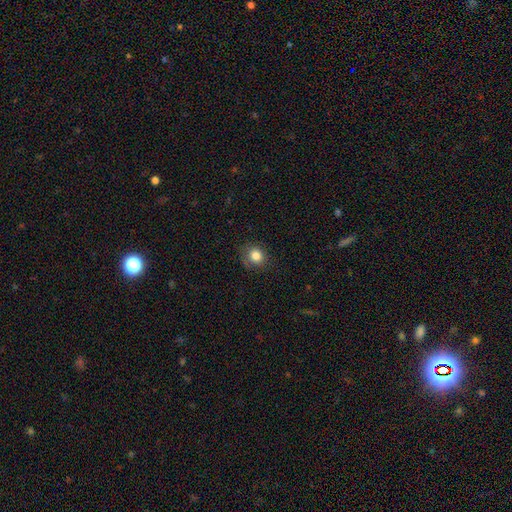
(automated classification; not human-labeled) The model was most divided on "how rounded": round: 77%, in between: 22%, cigar-shaped: 1%. More confident: smooth or featured — smooth (83%); merging — none (79%).